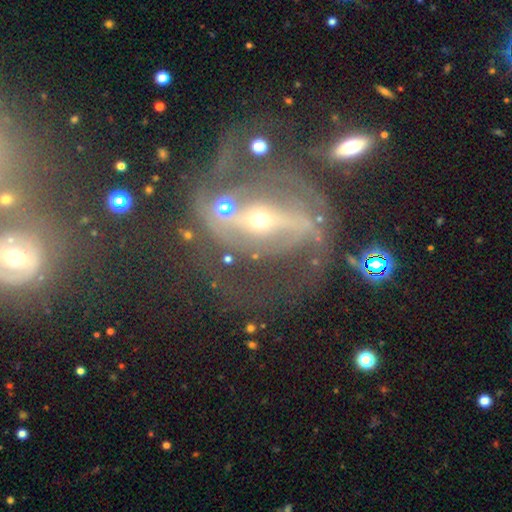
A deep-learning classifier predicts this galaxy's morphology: Smooth or featured?
  - featured or disk: 82% *
  - star or artifact: 9%
  - smooth: 8%
Edge-on disk?
  - no: 94% *
  - yes: 6%
Bar?
  - strong: 65% *
  - weak: 22%
  - no: 13%
Spiral arms?
  - yes: 81% *
  - no: 19%
Spiral winding?
  - medium: 45% *
  - tight: 29%
  - loose: 27%
Spiral arm count?
  - 2: 70% *
  - can't tell: 13%
  - 3: 6%
  - 1: 5%
  - 4: 3%
  - more than 4: 3%
Bulge size?
  - small: 54% *
  - moderate: 41%
  - large: 3%
  - dominant: 1%
  - none: 1%
Merging?
  - none: 52% *
  - major disturbance: 20%
  - minor disturbance: 17%
  - merger: 11%